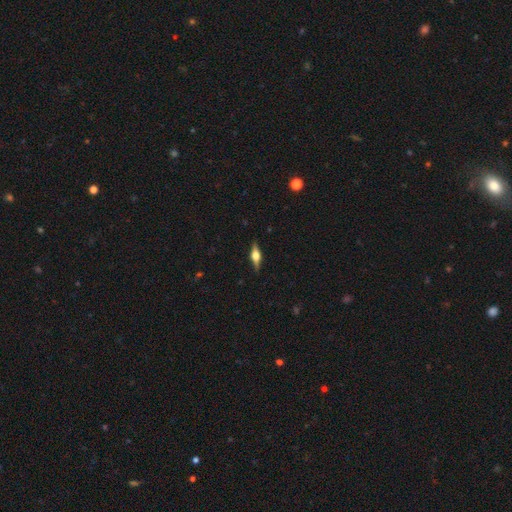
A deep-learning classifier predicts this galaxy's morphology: Smooth or featured? featured or disk (68%)
Edge-on disk? yes (97%)
Edge-on bulge? rounded (92%)
Merging? none (89%)